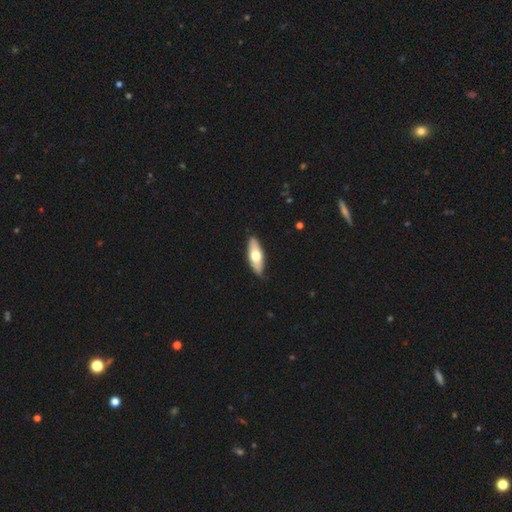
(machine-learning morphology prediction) A smooth galaxy with no disk features (59%) that is in between round and cigar-shaped (59%).

Vote fractions:
- Smooth or featured? smooth: 59% / featured or disk: 36% / star or artifact: 5%
- How rounded? in between: 59% / cigar-shaped: 38% / round: 2%
- Merging? none: 87% / minor disturbance: 10% / major disturbance: 2% / merger: 1%